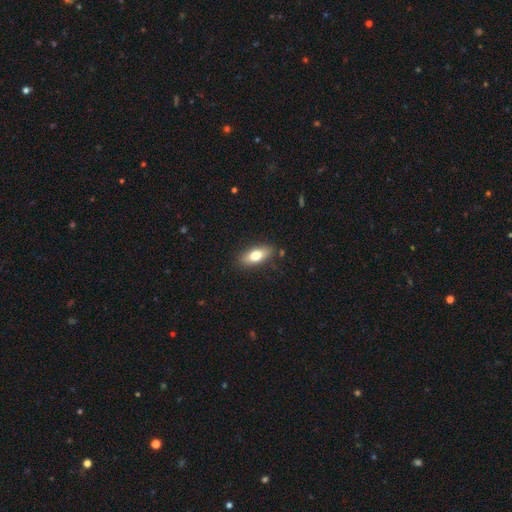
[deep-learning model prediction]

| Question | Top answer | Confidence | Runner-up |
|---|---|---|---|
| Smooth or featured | smooth | 72% | featured or disk (21%) |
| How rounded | in between | 76% | cigar-shaped (20%) |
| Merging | none | 85% | minor disturbance (11%) |